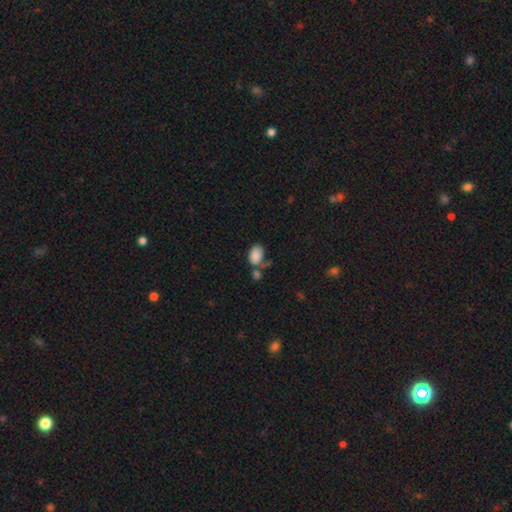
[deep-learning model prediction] Morphology: type=smooth (84%); roundness=in between (90%); merging=none (43%).